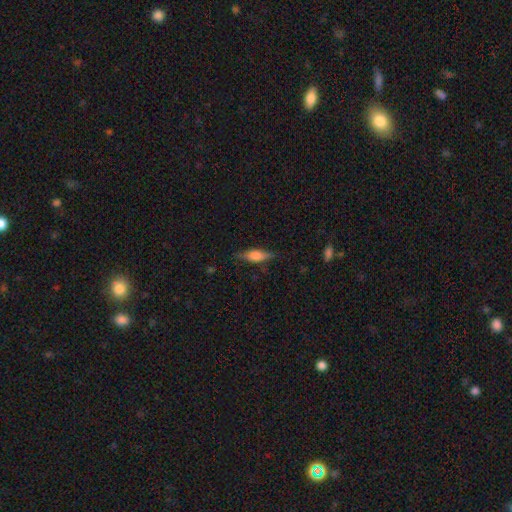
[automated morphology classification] type=smooth (49%); merging=none (80%).